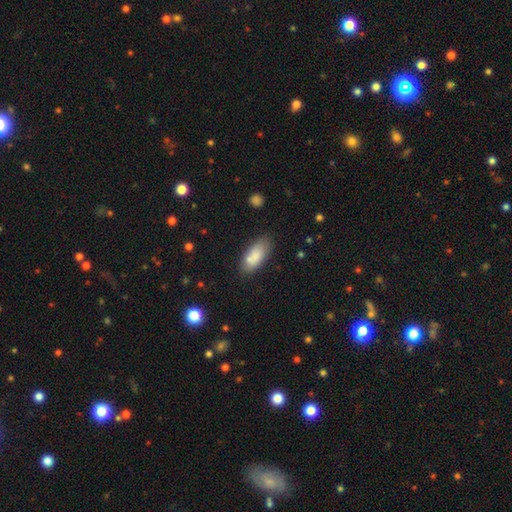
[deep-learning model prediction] A smooth galaxy with no disk features (83%) that is in between round and cigar-shaped (85%). Merging: none (74%).